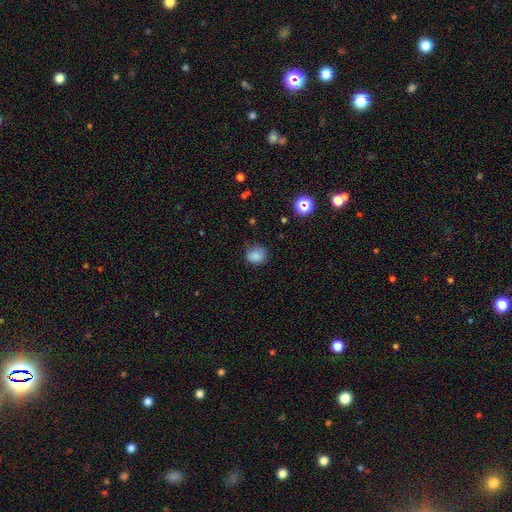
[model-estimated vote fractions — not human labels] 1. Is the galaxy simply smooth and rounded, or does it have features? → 84% smooth, 11% star or artifact, 5% featured or disk.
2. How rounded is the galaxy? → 65% round, 34% in between, 1% cigar-shaped.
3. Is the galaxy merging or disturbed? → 74% none, 20% minor disturbance, 4% major disturbance, 1% merger.